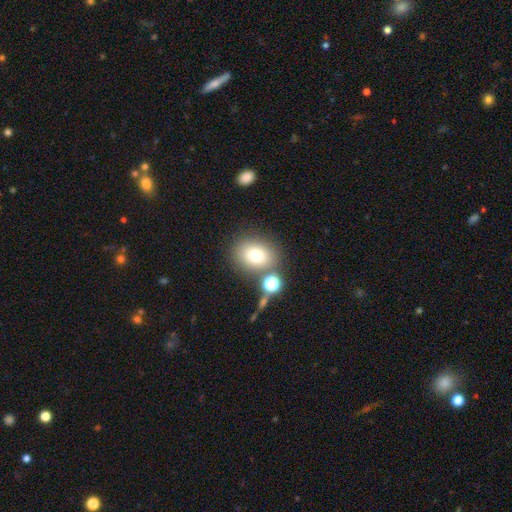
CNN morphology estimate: This is likely a smooth galaxy (75%). How rounded: possibly round (52%). Merging: likely none (72%).